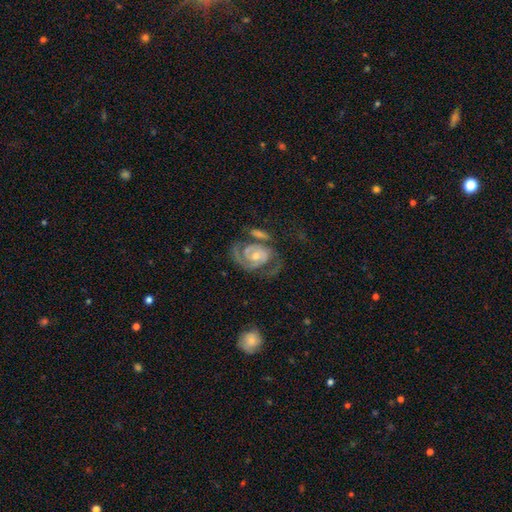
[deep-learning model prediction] featured or disk 87%, smooth 8%, star or artifact 5%. Down the decision tree: edge-on disk — no (98%); bar — no (69%); spiral arms — yes (95%); spiral arm count — 2 (69%); spiral winding — tight (48%); bulge size — moderate (50%); merging — none (44%).